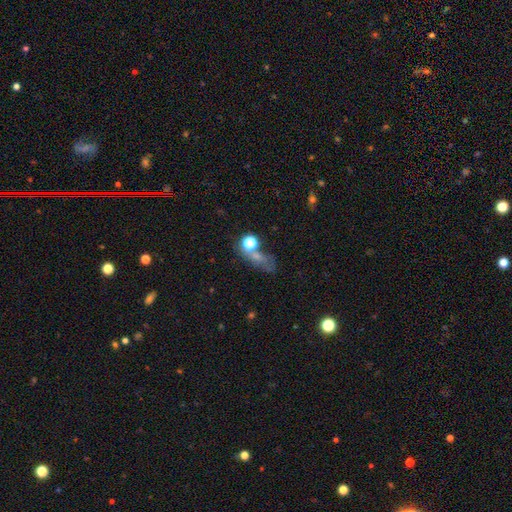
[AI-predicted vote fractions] smooth 48%, star or artifact 32%, featured or disk 20%. Down the decision tree: merging — none (40%).